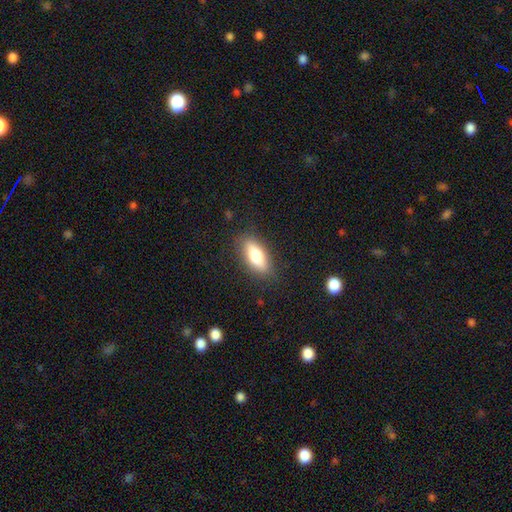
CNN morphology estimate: Overall: smooth (73%). How rounded: in between (74%). Merging: none (85%).